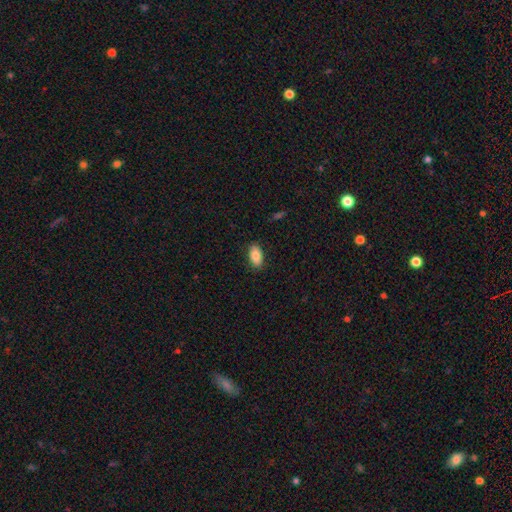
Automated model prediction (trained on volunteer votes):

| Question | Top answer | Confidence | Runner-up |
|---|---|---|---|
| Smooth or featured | smooth | 85% | featured or disk (8%) |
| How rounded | in between | 93% | cigar-shaped (4%) |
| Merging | none | 87% | minor disturbance (10%) |